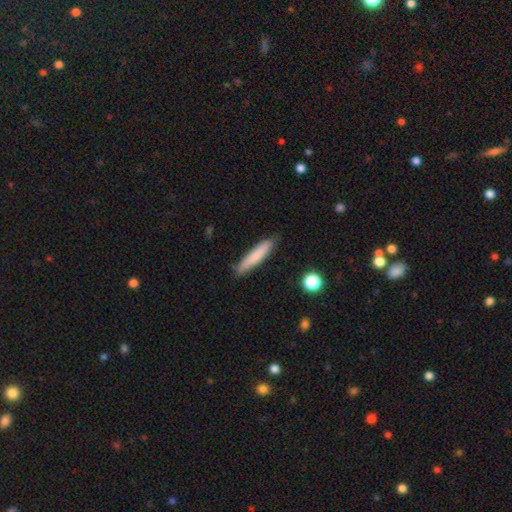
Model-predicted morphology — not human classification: Q: Smooth or featured?
A: smooth (77%); runner-up: featured or disk (16%)
Q: How rounded?
A: cigar-shaped (90%); runner-up: in between (9%)
Q: Merging?
A: none (87%); runner-up: minor disturbance (10%)